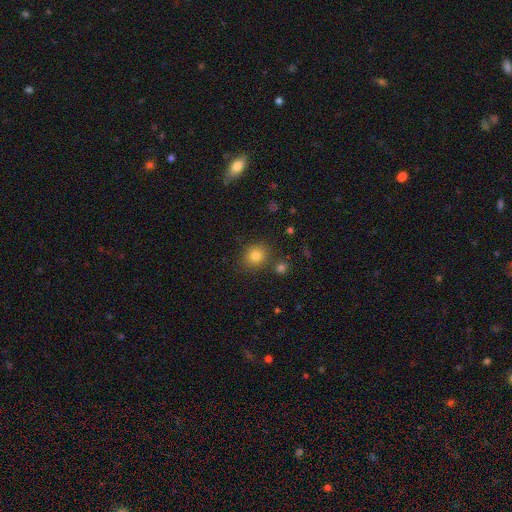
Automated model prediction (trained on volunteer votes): The model was most divided on "how rounded": round: 77%, in between: 22%, cigar-shaped: 1%. More confident: merging — none (82%); smooth or featured — smooth (81%).